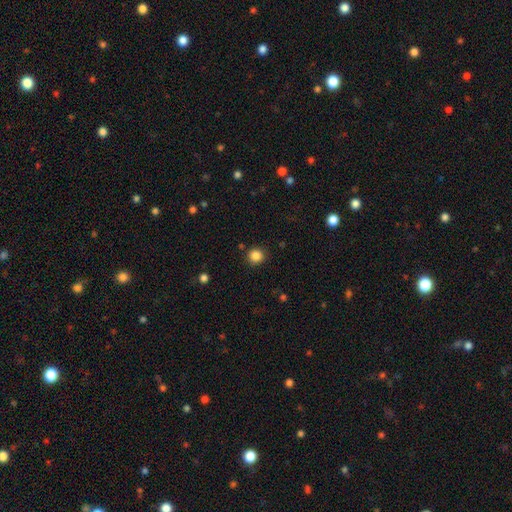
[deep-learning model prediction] Smooth or featured? Predicted: smooth (p=0.85). How rounded? Predicted: round (p=0.91). Merging? Predicted: none (p=0.88).